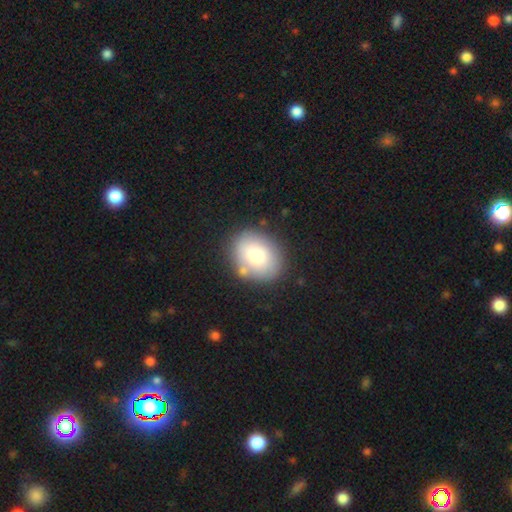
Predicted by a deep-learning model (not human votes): smooth 77%, featured or disk 15%, star or artifact 8%. Down the decision tree: how rounded — in between (55%); merging — none (79%).